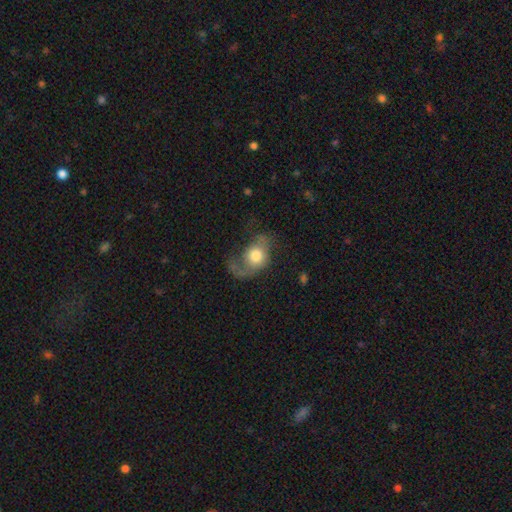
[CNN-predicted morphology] This appears to be a smooth galaxy with no disk features (55%) that is in between round and cigar-shaped (54%). Merging: major disturbance (52%).